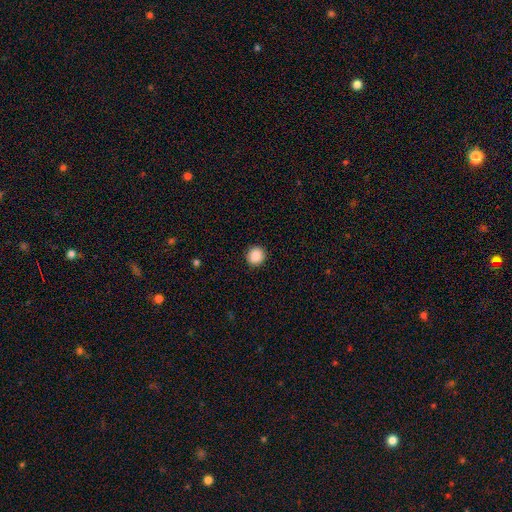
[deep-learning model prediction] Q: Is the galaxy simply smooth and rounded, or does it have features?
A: smooth — 89%.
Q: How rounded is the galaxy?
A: round — 92%.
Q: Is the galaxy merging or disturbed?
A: none — 92%.